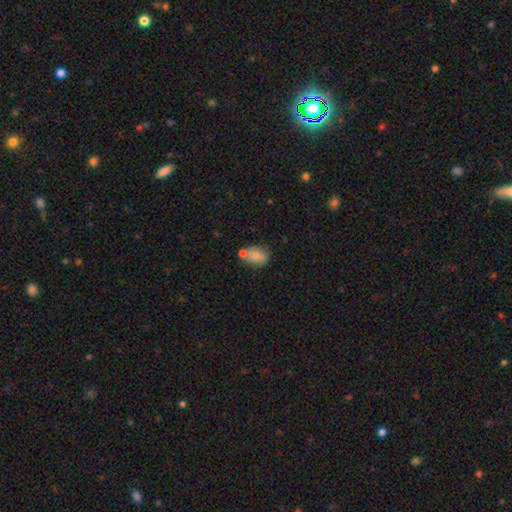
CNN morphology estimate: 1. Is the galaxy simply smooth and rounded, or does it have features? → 74% smooth, 17% featured or disk, 9% star or artifact.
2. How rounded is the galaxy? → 72% in between, 27% round, 2% cigar-shaped.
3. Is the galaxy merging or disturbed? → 53% none, 22% merger, 20% minor disturbance, 5% major disturbance.